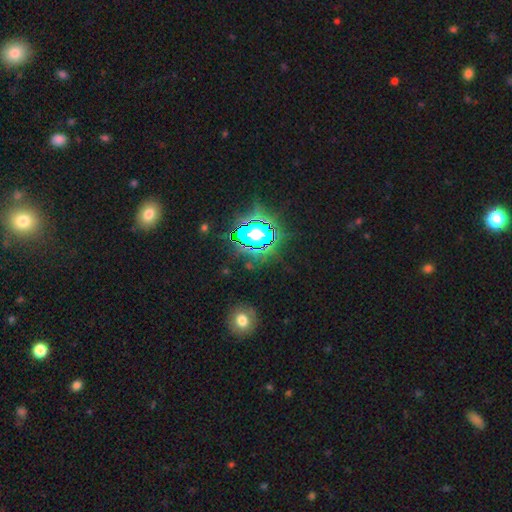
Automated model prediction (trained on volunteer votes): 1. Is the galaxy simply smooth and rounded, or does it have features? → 73% star or artifact, 17% smooth, 11% featured or disk.